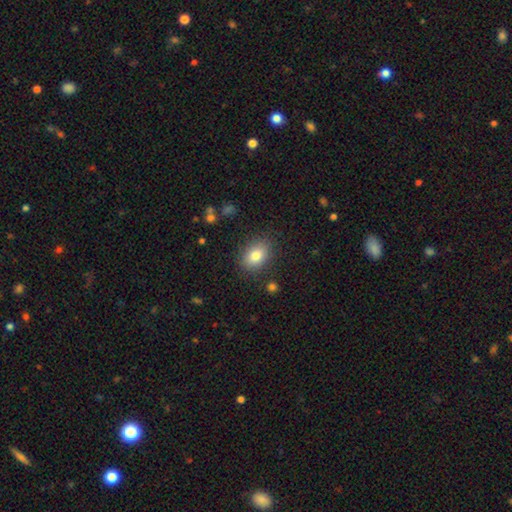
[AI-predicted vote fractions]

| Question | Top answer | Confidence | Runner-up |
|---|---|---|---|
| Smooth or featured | smooth | 81% | featured or disk (10%) |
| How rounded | in between | 79% | round (20%) |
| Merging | none | 84% | minor disturbance (11%) |